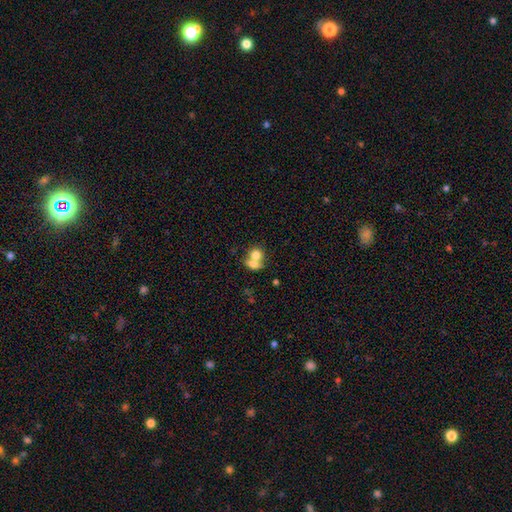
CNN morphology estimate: Q: Smooth or featured?
A: smooth (75%); runner-up: featured or disk (16%)
Q: How rounded?
A: round (62%); runner-up: in between (36%)
Q: Merging?
A: merger (64%); runner-up: none (26%)